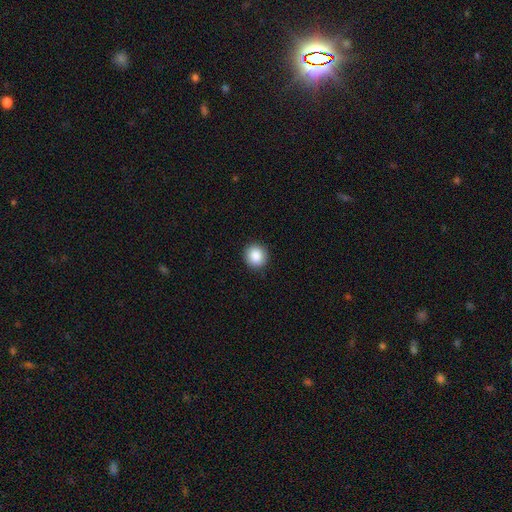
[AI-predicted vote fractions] Smooth or featured? Predicted: smooth (p=0.88). How rounded? Predicted: round (p=0.91). Merging? Predicted: none (p=0.92).